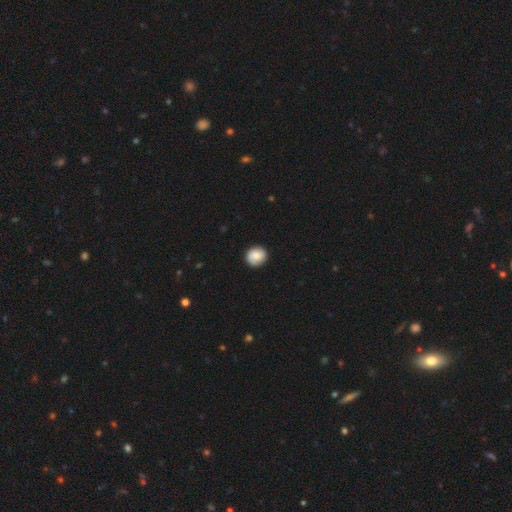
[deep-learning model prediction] Q: Smooth or featured?
A: smooth (78%); runner-up: featured or disk (15%)
Q: How rounded?
A: round (83%); runner-up: in between (16%)
Q: Merging?
A: none (88%); runner-up: minor disturbance (9%)